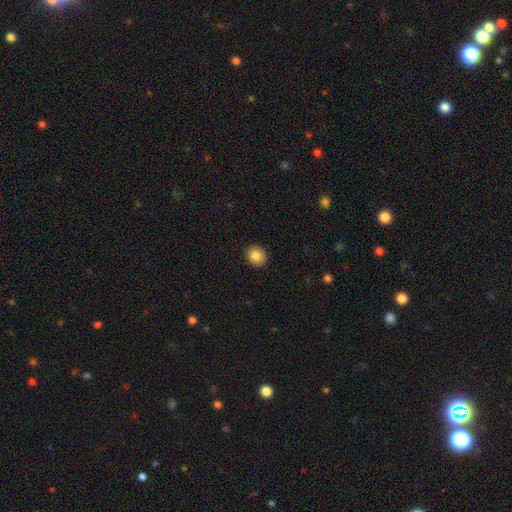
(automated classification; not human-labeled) Smooth or featured? Predicted: smooth (p=0.86). How rounded? Predicted: round (p=0.78). Merging? Predicted: none (p=0.91).